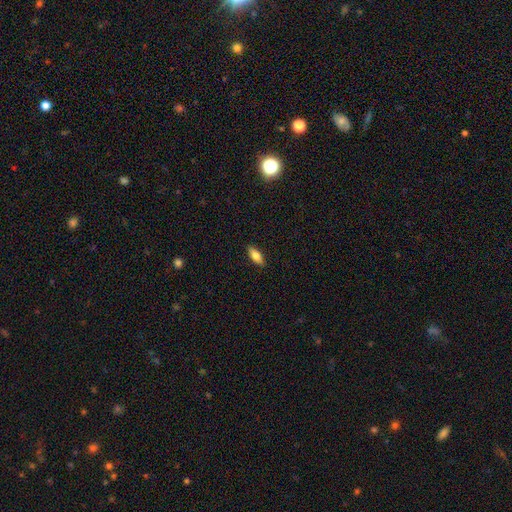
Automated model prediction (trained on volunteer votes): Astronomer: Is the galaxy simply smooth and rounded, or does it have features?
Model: smooth — 74%.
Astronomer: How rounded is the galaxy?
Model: in between — 72%.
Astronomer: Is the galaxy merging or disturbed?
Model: none — 89%.